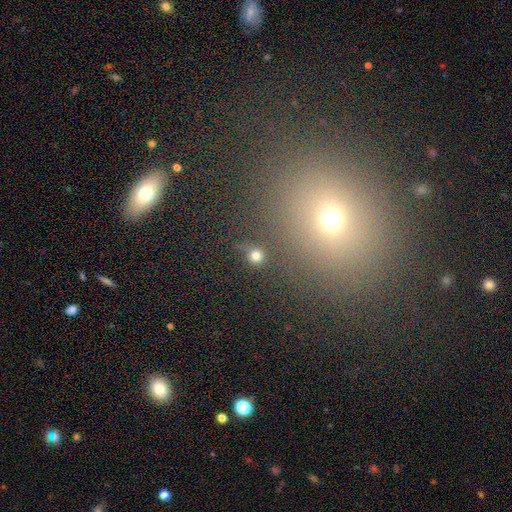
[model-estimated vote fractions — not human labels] Smooth or featured: smooth — 77% (star or artifact — 17%)
How rounded: round — 91% (in between — 8%)
Merging: none — 76% (minor disturbance — 12%)